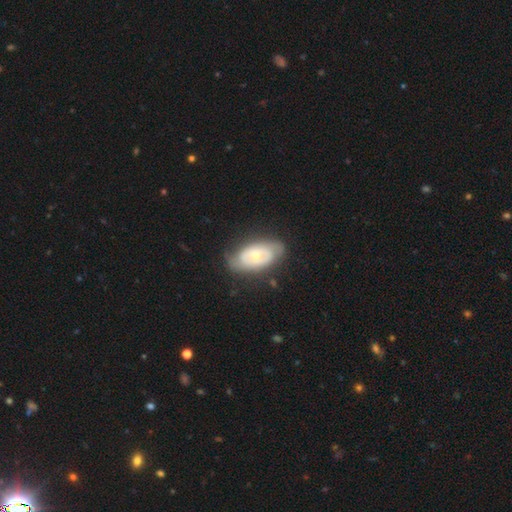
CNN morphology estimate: smooth-or-featured: featured or disk: 62% | smooth: 34% | star or artifact: 5%
  disk-edge-on: no: 92% | yes: 8%
    bar: no: 79% | weak: 16% | strong: 4%
    has-spiral-arms: no: 52% | yes: 48%
    bulge-size: moderate: 56% | small: 40% | large: 3% | none: 1% | dominant: 1%
  merging: none: 72% | minor disturbance: 21% | major disturbance: 6% | merger: 2%